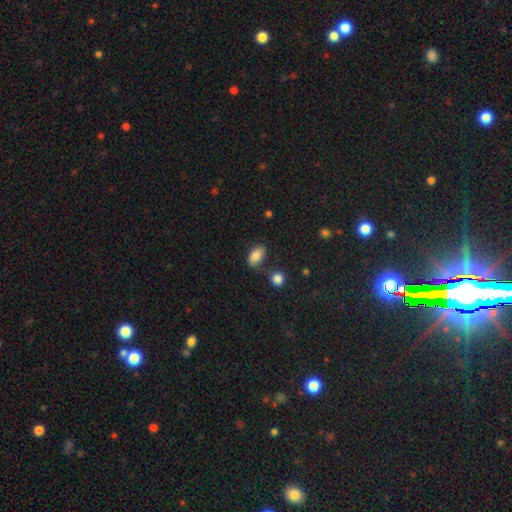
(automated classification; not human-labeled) Morphology: type=smooth (82%); roundness=in between (90%); merging=none (72%).